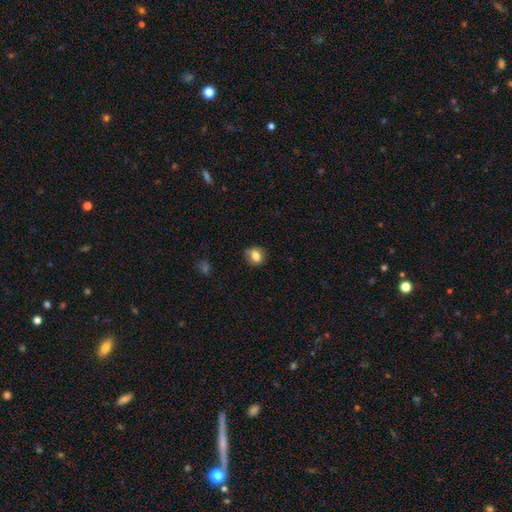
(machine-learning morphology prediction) type=smooth (77%); roundness=round (67%); merging=none (76%).